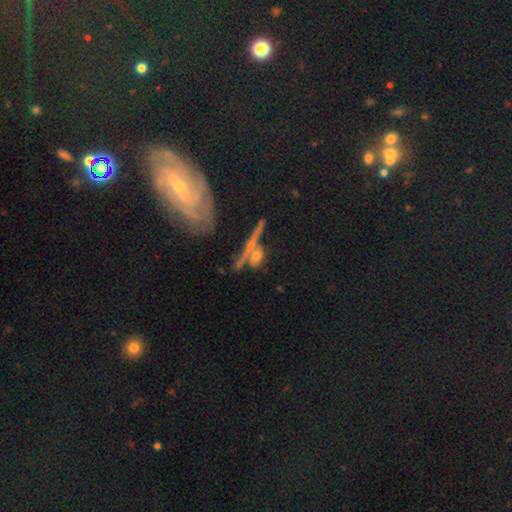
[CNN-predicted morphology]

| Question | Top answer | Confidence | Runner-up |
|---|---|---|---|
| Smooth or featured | featured or disk | 45% | smooth (43%) |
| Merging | none | 50% | merger (30%) |